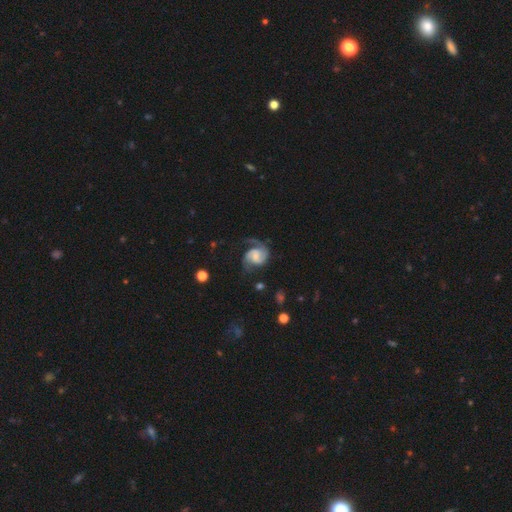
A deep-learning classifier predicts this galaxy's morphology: Smooth or featured: featured or disk — 80% (smooth — 14%)
Edge-on disk: no — 98% (yes — 2%)
Bar: no — 44% (tied with weak — 44%)
Spiral arms: yes — 96% (no — 4%)
Spiral winding: medium — 48% (tight — 27%)
Spiral arm count: 2 — 71% (1 — 18%)
Bulge size: small — 33% (none — 31%)
Merging: none — 52% (major disturbance — 24%)